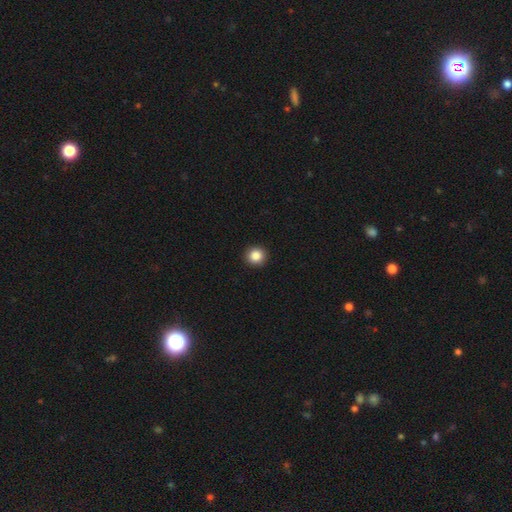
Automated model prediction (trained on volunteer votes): Morphology: type=smooth (86%); roundness=round (93%); merging=none (93%).